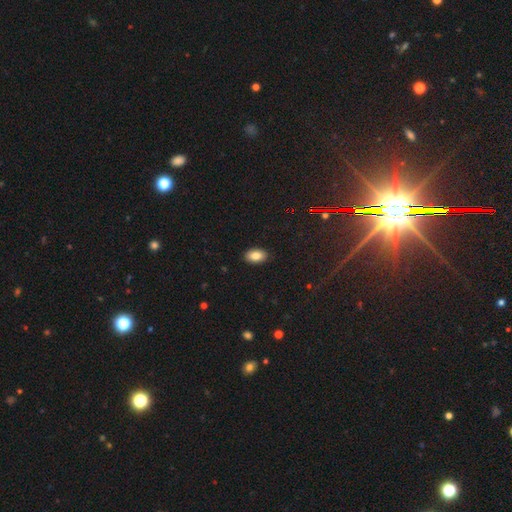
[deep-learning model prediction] Morphology: type=smooth (83%); roundness=in between (92%); merging=none (89%).